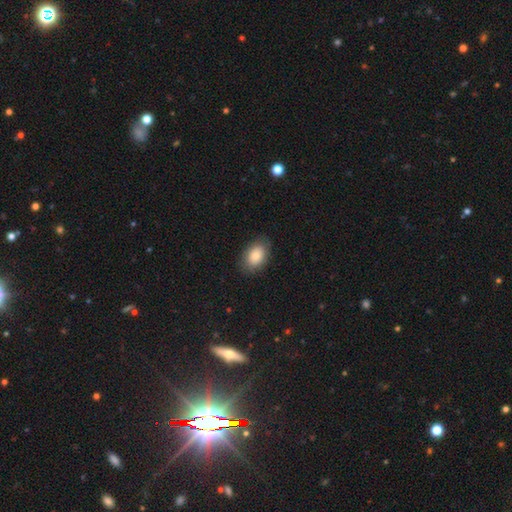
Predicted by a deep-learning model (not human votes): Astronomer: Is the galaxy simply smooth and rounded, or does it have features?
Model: smooth — 83%.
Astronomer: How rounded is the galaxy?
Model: in between — 83%.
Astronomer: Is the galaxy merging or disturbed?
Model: none — 83%.